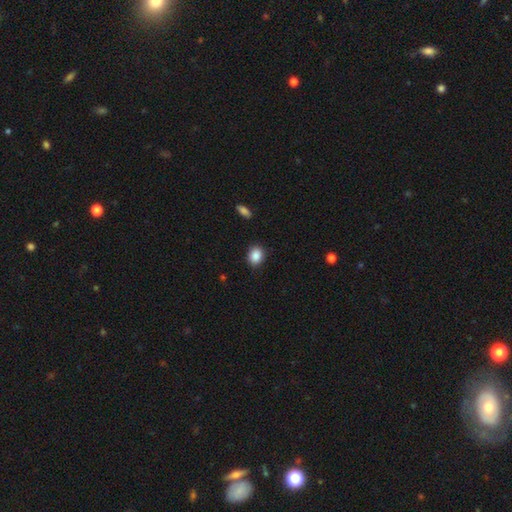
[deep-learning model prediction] A smooth galaxy with no disk features (88%) that is round (51%).

Vote fractions:
- Smooth or featured? smooth: 88% / star or artifact: 9% / featured or disk: 4%
- How rounded? round: 51% / in between: 48% / cigar-shaped: 1%
- Merging? none: 87% / minor disturbance: 9% / major disturbance: 2% / merger: 1%